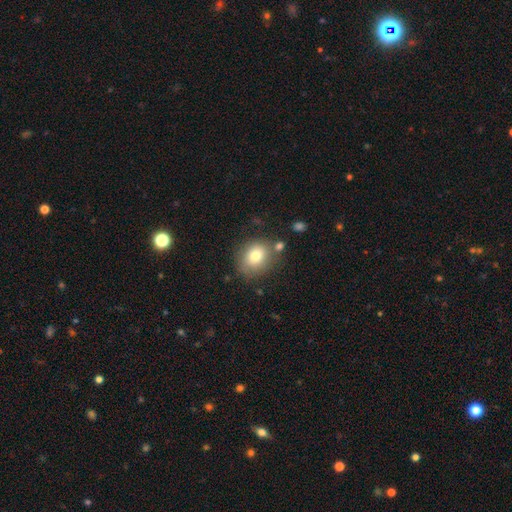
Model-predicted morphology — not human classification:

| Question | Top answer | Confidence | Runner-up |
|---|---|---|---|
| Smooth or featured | smooth | 78% | featured or disk (12%) |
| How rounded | round | 67% | in between (32%) |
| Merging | none | 71% | minor disturbance (16%) |